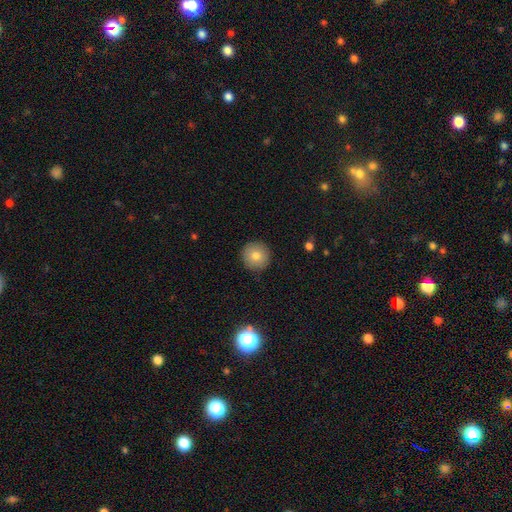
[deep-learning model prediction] Smooth or featured?
  - smooth: 79% *
  - featured or disk: 12%
  - star or artifact: 9%
How rounded?
  - round: 96% *
  - in between: 3%
  - cigar-shaped: 1%
Merging?
  - none: 91% *
  - minor disturbance: 6%
  - major disturbance: 2%
  - merger: 1%